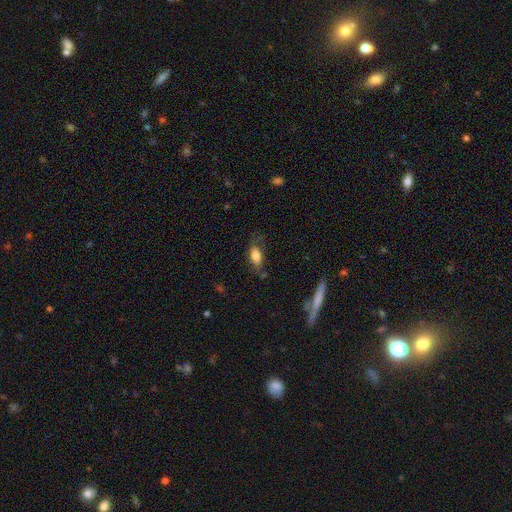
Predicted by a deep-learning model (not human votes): The model was most divided on "merging": none: 60%, minor disturbance: 24%, major disturbance: 12%, merger: 3%. More confident: how rounded — in between (84%); smooth or featured — smooth (72%).